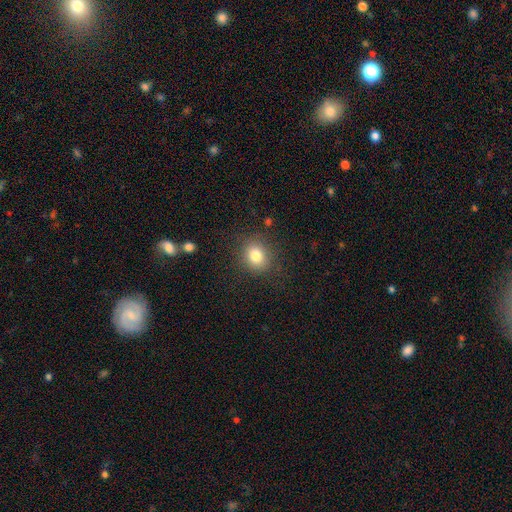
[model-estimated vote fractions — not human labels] A smooth galaxy with no disk features (81%) that is round (71%). Merging: none (85%).